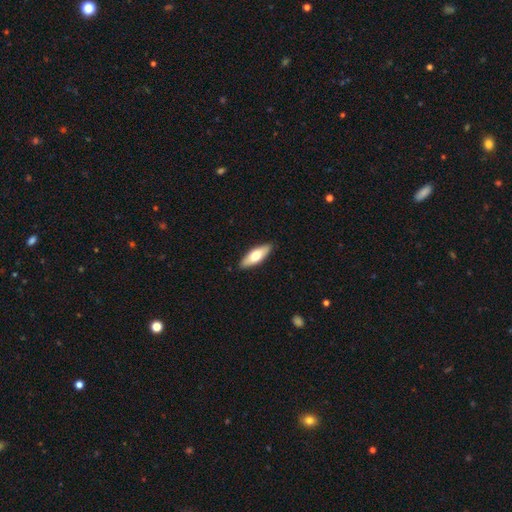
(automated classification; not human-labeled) smooth 64%, featured or disk 31%, star or artifact 5%. Down the decision tree: how rounded — in between (61%); merging — none (89%).